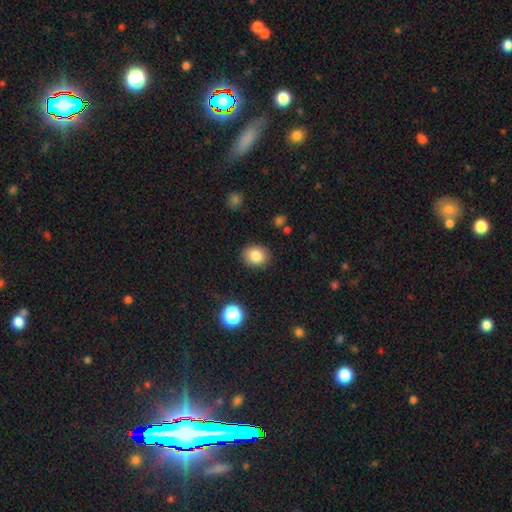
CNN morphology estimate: Smooth or featured: smooth — 84% (star or artifact — 10%)
How rounded: round — 70% (in between — 29%)
Merging: none — 88% (minor disturbance — 8%)